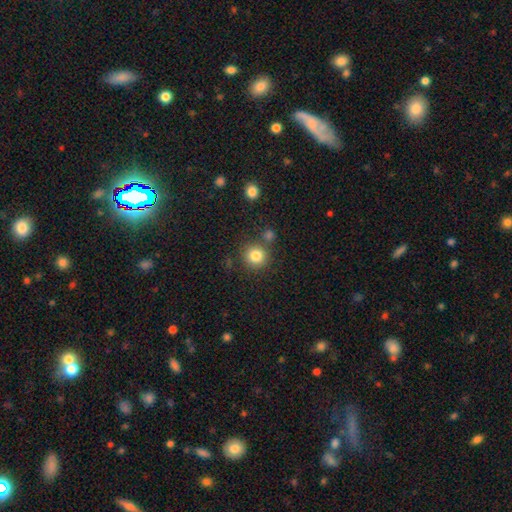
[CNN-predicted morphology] Overall: smooth (82%). How rounded: round (92%). Merging: none (79%).